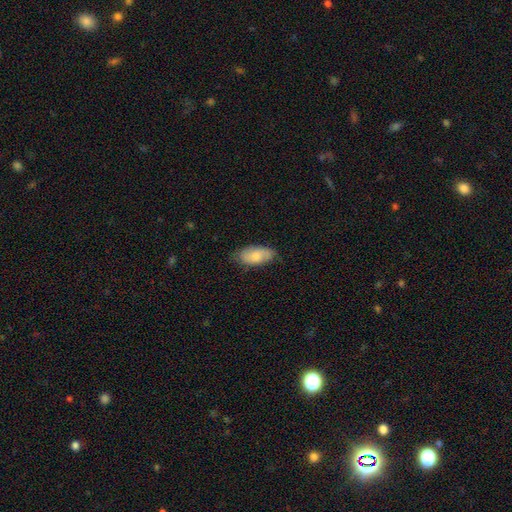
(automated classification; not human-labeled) The model was most divided on "smooth or featured": smooth: 69%, featured or disk: 25%, star or artifact: 6%. More confident: how rounded — in between (92%); merging — none (74%).